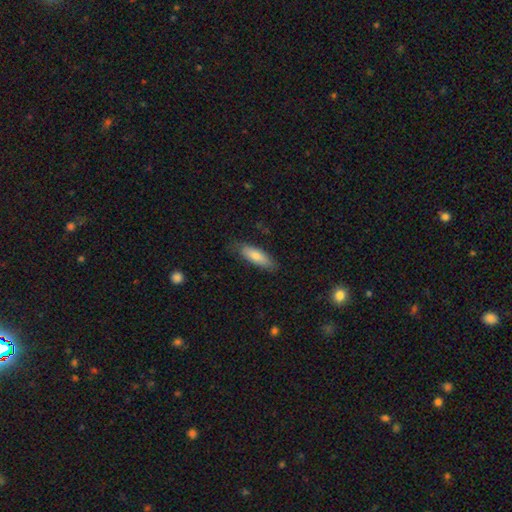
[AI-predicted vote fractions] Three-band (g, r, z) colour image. It shows a smooth galaxy with no disk features (78%) that is in between round and cigar-shaped (58%). Merging: none (80%).